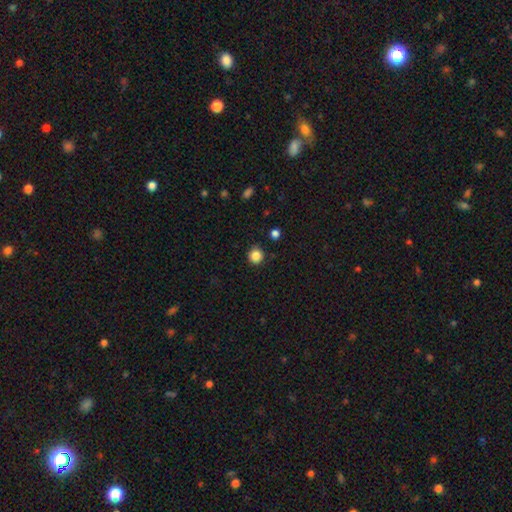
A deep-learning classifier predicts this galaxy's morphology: smooth-or-featured: smooth: 86% | star or artifact: 11% | featured or disk: 4%
  how-rounded: round: 93% | in between: 6% | cigar-shaped: 1%
  merging: none: 90% | minor disturbance: 6% | major disturbance: 2% | merger: 2%